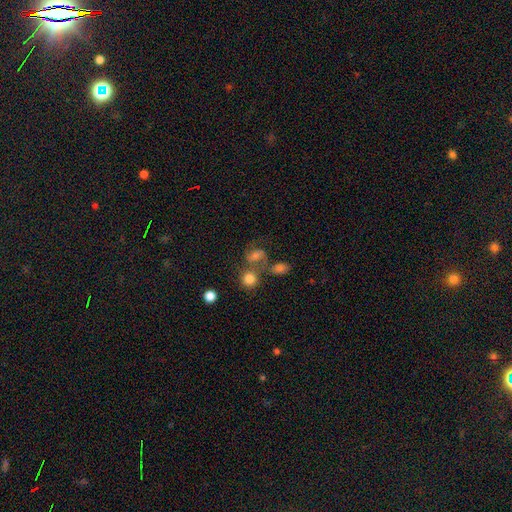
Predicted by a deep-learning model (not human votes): Morphology: type=featured or disk (43%); merging=none (47%).